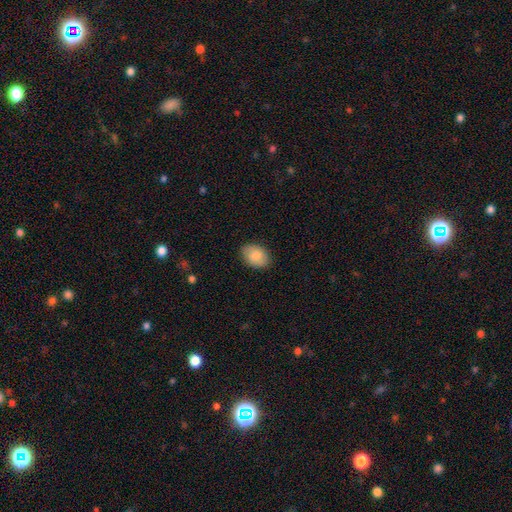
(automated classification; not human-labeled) Smooth or featured?
  - smooth: 86% *
  - featured or disk: 8%
  - star or artifact: 6%
How rounded?
  - in between: 80% *
  - round: 19%
  - cigar-shaped: 1%
Merging?
  - none: 86% *
  - minor disturbance: 11%
  - major disturbance: 2%
  - merger: 1%